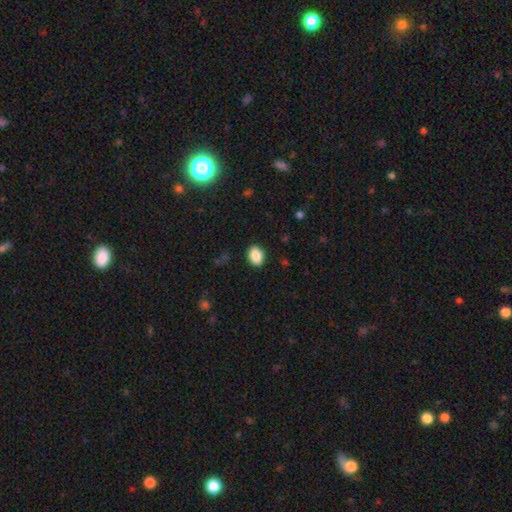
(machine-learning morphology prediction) Smooth or featured: smooth — 86% (star or artifact — 8%)
How rounded: in between — 78% (round — 21%)
Merging: none — 89% (minor disturbance — 8%)